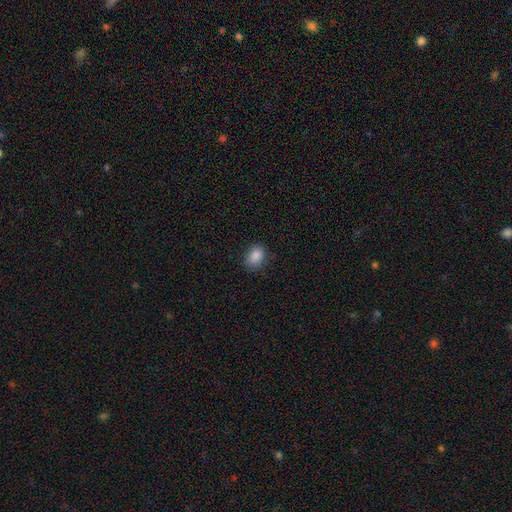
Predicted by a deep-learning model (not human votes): Smooth or featured? Predicted: smooth (p=0.87). How rounded? Predicted: in between (p=0.68). Merging? Predicted: none (p=0.85).